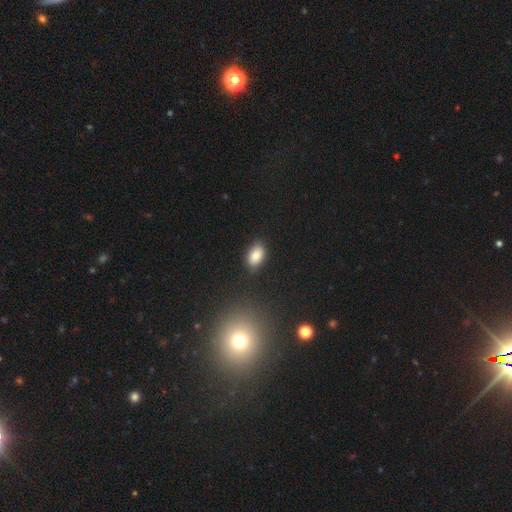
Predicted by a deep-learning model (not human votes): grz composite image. It shows a smooth galaxy with no disk features (84%) that is in between round and cigar-shaped (89%). Merging: none (81%).